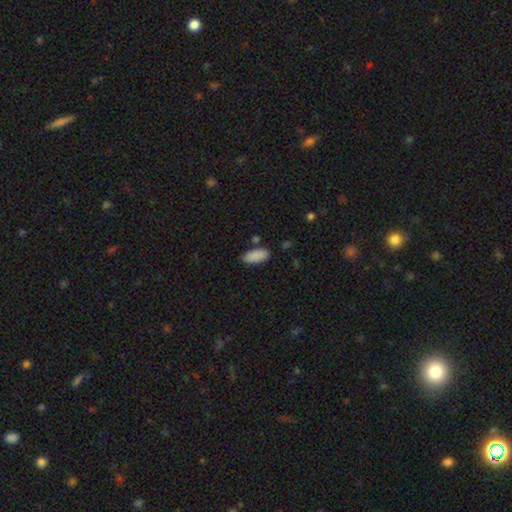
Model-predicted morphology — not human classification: This appears to be a smooth galaxy with no disk features (89%) that is in between round and cigar-shaped (82%). Merging: none (79%).